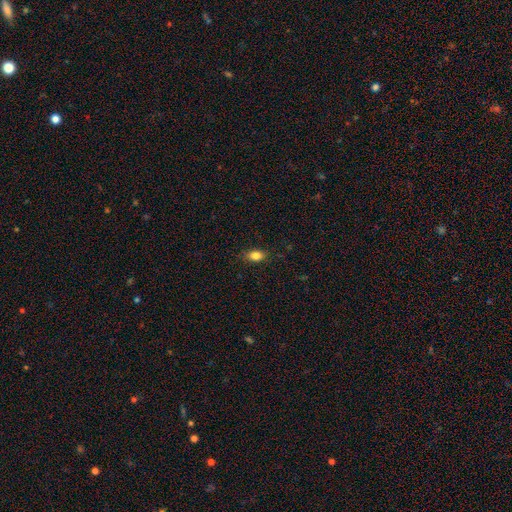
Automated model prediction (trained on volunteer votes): Smooth or featured? Predicted: smooth (p=0.84). How rounded? Predicted: in between (p=0.83). Merging? Predicted: none (p=0.85).